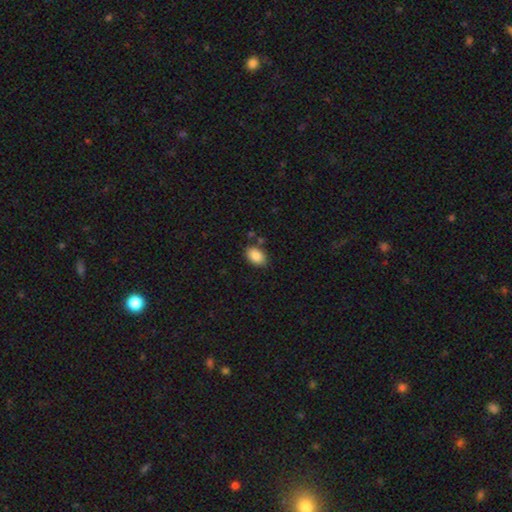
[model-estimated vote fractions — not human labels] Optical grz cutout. It shows a smooth galaxy with no disk features (87%) that is in between round and cigar-shaped (89%). Merging: none (80%).